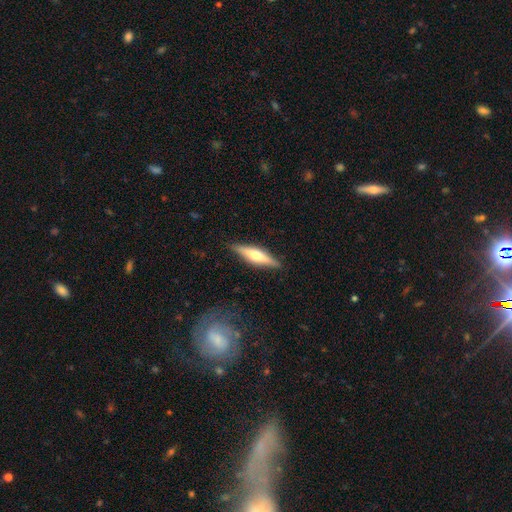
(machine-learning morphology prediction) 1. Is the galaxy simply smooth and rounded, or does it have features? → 54% featured or disk, 40% smooth, 6% star or artifact.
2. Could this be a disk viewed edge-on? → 94% yes, 6% no.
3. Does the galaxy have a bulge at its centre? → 83% rounded, 10% boxy, 7% none.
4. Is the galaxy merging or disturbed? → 87% none, 10% minor disturbance, 2% major disturbance, 1% merger.